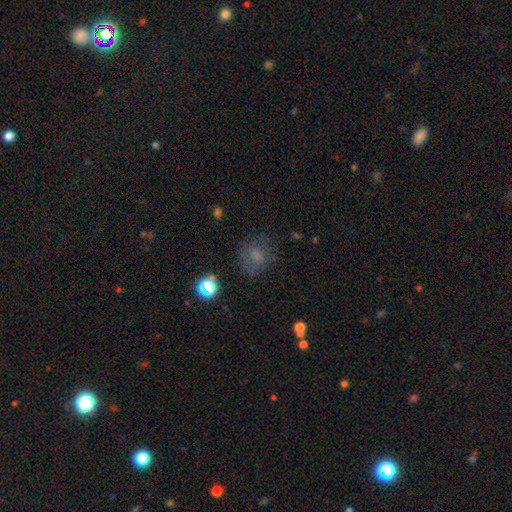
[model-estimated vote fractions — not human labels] Overall: smooth (65%). How rounded: round (75%). Merging: none (67%).